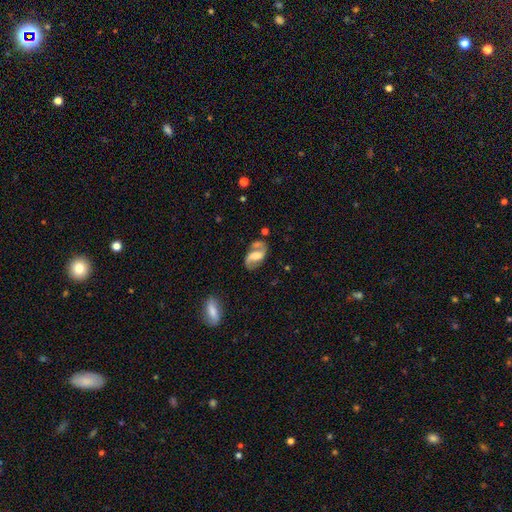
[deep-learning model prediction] smooth_or_featured: featured or disk (p=0.77) [alt: smooth p=0.16]
disk_edge_on: no (p=0.96) [alt: yes p=0.04]
bar: weak (p=0.41) [alt: no p=0.30]
has_spiral_arms: yes (p=0.92) [alt: no p=0.08]
spiral_winding: medium (p=0.48) [alt: loose p=0.36]
spiral_arm_count: 2 (p=0.90) [alt: can't tell p=0.04]
bulge_size: moderate (p=0.37) [alt: large p=0.28]
merging: none (p=0.66) [alt: minor disturbance p=0.18]